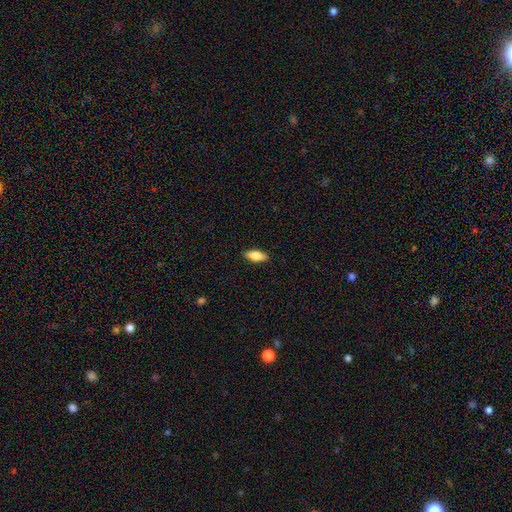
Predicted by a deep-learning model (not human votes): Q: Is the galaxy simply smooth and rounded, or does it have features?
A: smooth — 75%.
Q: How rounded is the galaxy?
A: in between — 79%.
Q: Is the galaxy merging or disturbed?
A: none — 89%.